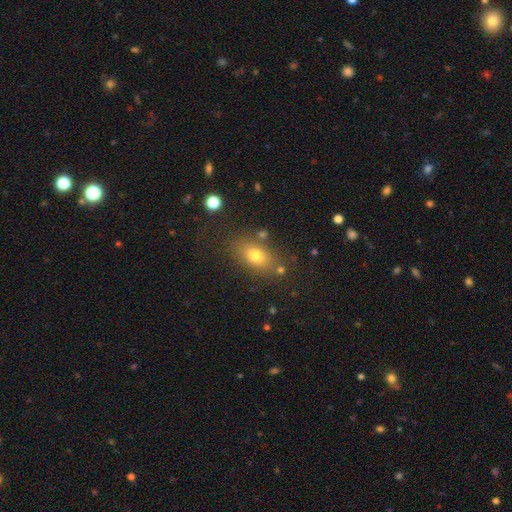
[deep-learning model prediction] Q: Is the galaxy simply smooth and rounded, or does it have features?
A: smooth — 75%.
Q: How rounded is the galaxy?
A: in between — 78%.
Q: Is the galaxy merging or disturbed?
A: none — 77%.